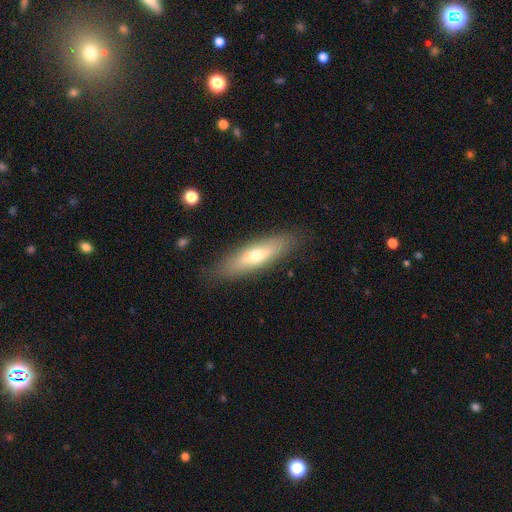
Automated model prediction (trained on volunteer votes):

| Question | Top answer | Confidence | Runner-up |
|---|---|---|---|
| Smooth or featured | smooth | 55% | featured or disk (38%) |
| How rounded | cigar-shaped | 58% | in between (39%) |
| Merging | none | 84% | minor disturbance (11%) |